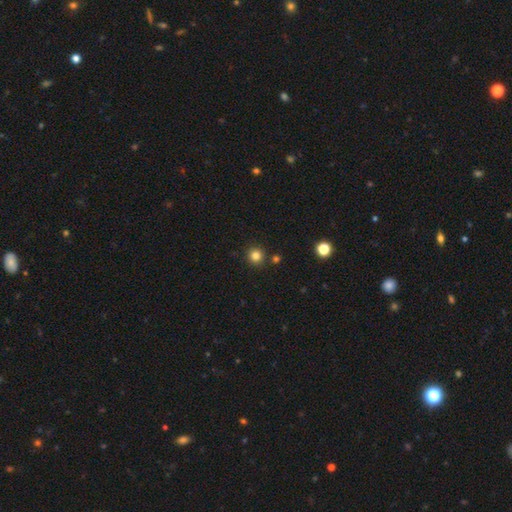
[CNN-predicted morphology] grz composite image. It shows a smooth galaxy with no disk features (82%) that is round (94%). Merging: none (88%).